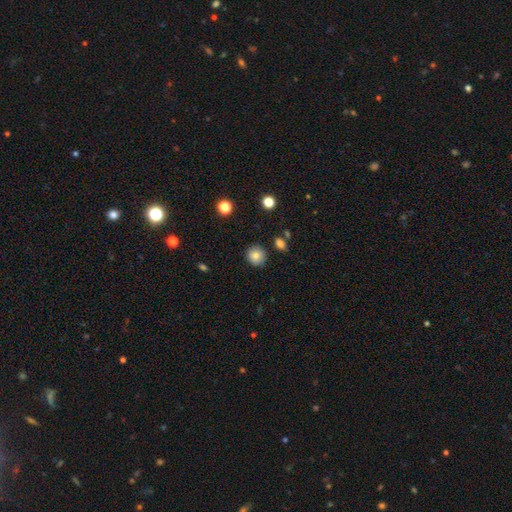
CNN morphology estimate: A smooth galaxy with no disk features (81%) that is round (93%).

Vote fractions:
- Smooth or featured? smooth: 81% / star or artifact: 10% / featured or disk: 9%
- How rounded? round: 93% / in between: 6% / cigar-shaped: 1%
- Merging? none: 88% / minor disturbance: 8% / merger: 2% / major disturbance: 2%